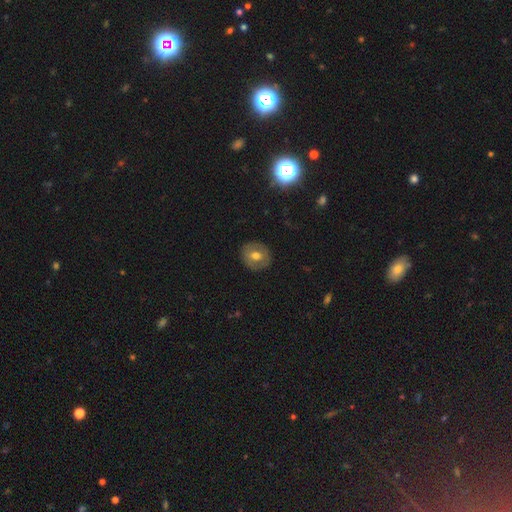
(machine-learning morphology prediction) This is possibly a smooth galaxy (56%). How rounded: clearly round (84%). Merging: clearly none (87%).